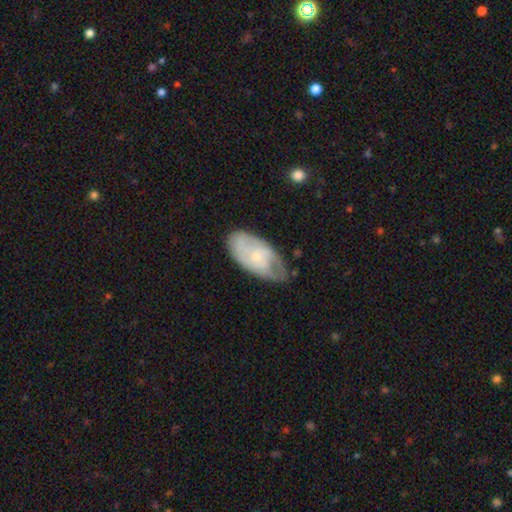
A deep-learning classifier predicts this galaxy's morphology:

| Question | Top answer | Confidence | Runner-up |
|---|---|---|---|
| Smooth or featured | featured or disk | 60% | smooth (34%) |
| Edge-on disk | no | 93% | yes (7%) |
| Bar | no | 76% | weak (21%) |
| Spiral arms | yes | 78% | no (22%) |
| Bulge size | small | 68% | moderate (25%) |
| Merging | none | 62% | minor disturbance (28%) |